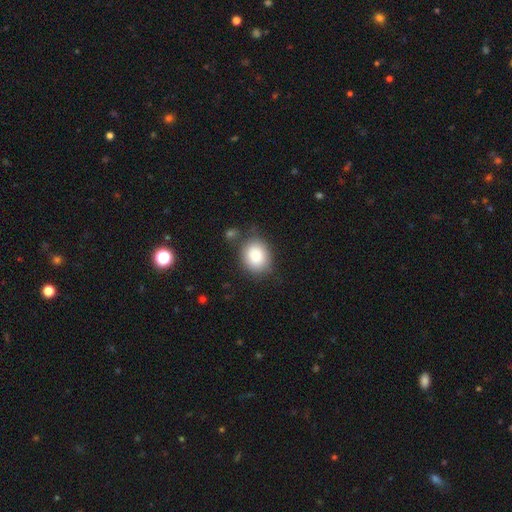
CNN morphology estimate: Overall: smooth (83%). How rounded: round (55%; in between 44%). Merging: none (70%).